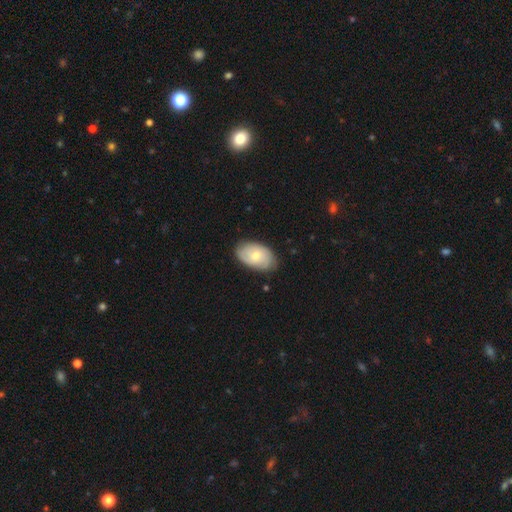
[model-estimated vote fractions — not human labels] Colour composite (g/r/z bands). It shows a featured or disk galaxy (48%). Merging: none (79%).